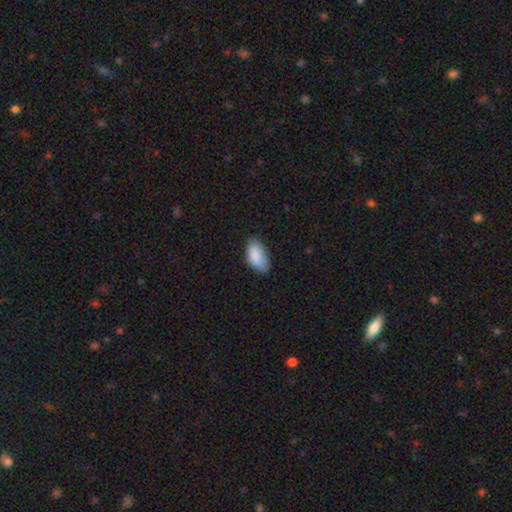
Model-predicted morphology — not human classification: Smooth or featured?
  - smooth: 88% *
  - star or artifact: 6%
  - featured or disk: 6%
How rounded?
  - in between: 95% *
  - cigar-shaped: 3%
  - round: 2%
Merging?
  - none: 74% *
  - minor disturbance: 21%
  - major disturbance: 3%
  - merger: 1%